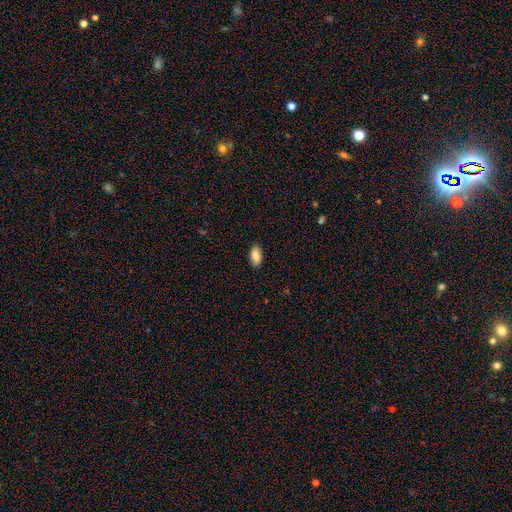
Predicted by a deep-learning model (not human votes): Morphology: type=smooth (84%); roundness=in between (92%); merging=none (88%).